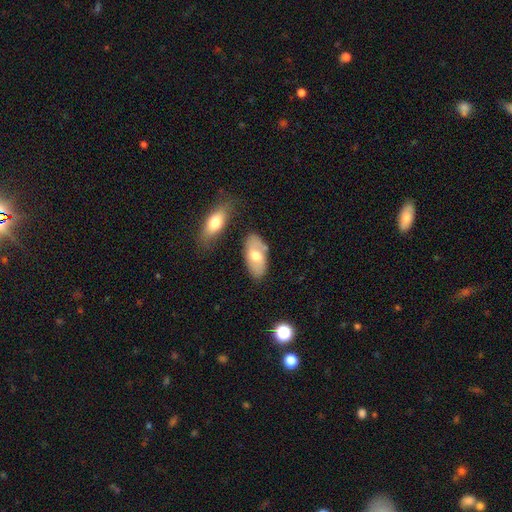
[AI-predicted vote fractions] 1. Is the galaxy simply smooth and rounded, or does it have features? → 60% smooth, 35% featured or disk, 6% star or artifact.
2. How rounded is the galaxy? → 93% in between, 5% cigar-shaped, 3% round.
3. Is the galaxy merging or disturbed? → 71% none, 17% minor disturbance, 7% merger, 4% major disturbance.